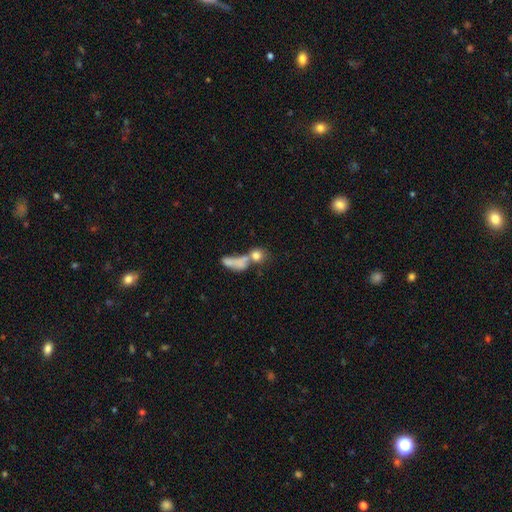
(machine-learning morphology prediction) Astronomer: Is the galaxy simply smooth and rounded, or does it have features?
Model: smooth — 70%.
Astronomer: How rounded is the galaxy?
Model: round — 59%.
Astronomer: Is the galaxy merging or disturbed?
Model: merger — 54%.